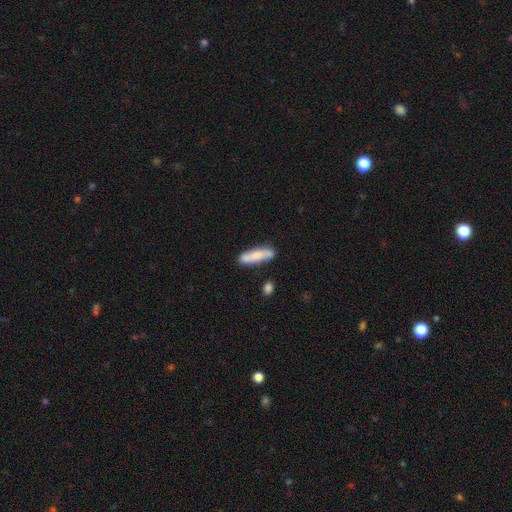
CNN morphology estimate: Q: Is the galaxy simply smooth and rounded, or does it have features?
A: smooth — 67%.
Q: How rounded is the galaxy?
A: cigar-shaped — 70%.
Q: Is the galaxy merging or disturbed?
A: none — 73%.